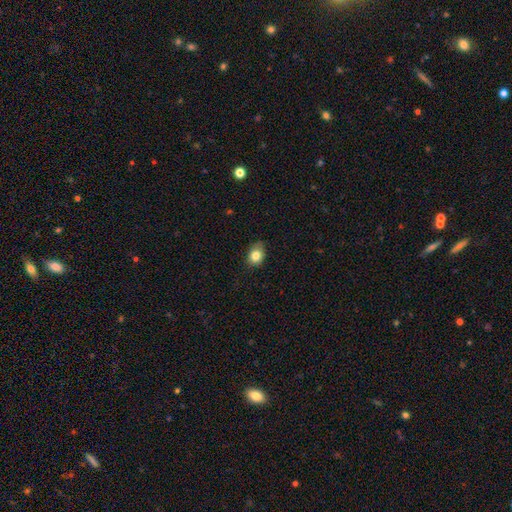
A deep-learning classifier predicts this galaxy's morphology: Q: Smooth or featured?
A: smooth (82%); runner-up: star or artifact (10%)
Q: How rounded?
A: in between (55%); runner-up: round (44%)
Q: Merging?
A: none (72%); runner-up: minor disturbance (23%)